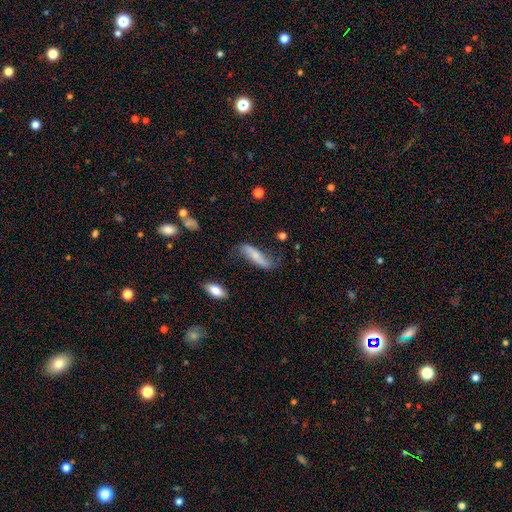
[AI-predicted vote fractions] featured or disk 48%, smooth 44%, star or artifact 8%. Down the decision tree: merging — none (59%).